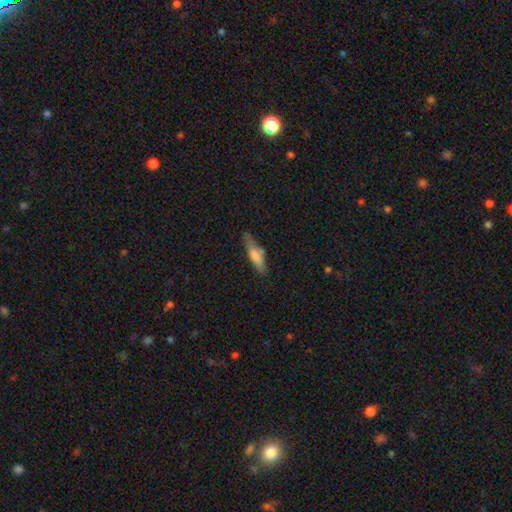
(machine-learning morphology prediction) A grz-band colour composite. It shows a smooth galaxy with no disk features (74%) that is cigar-shaped (64%). Merging: none (56%).